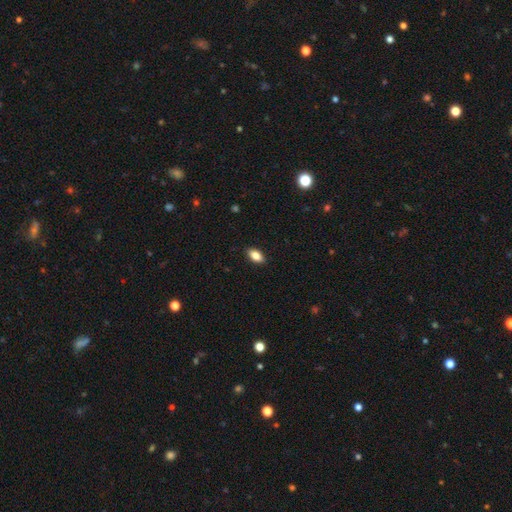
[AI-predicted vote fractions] Smooth or featured? smooth (85%)
How rounded? in between (90%)
Merging? none (89%)